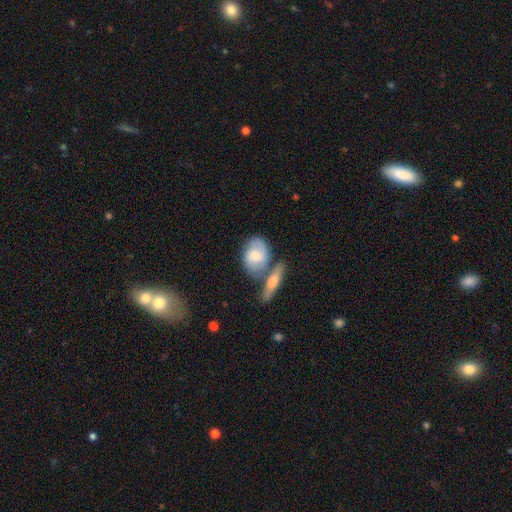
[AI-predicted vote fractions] Smooth or featured? Predicted: smooth (p=0.51). How rounded? Predicted: in between (p=0.71). Merging? Predicted: none (p=0.43).